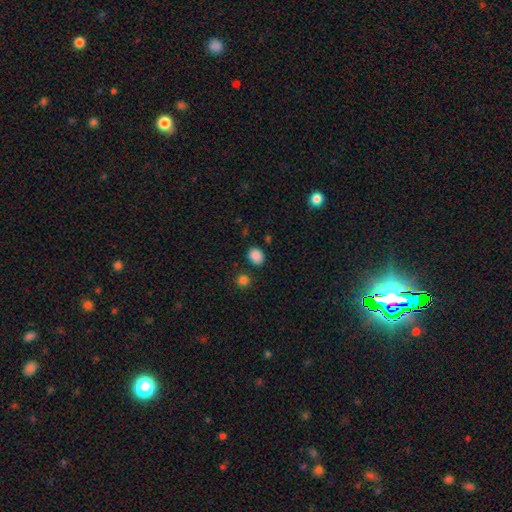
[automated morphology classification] smooth_or_featured: smooth (p=0.87) [alt: star or artifact p=0.10]
how_rounded: in between (p=0.53) [alt: round p=0.46]
merging: none (p=0.82) [alt: minor disturbance p=0.11]